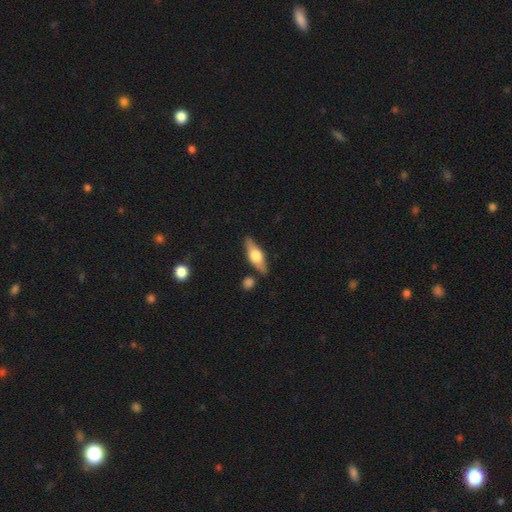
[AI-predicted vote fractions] Morphology: type=featured or disk (59%); edge-on=yes (92%); edge-on bulge=rounded (93%); merging=none (83%).